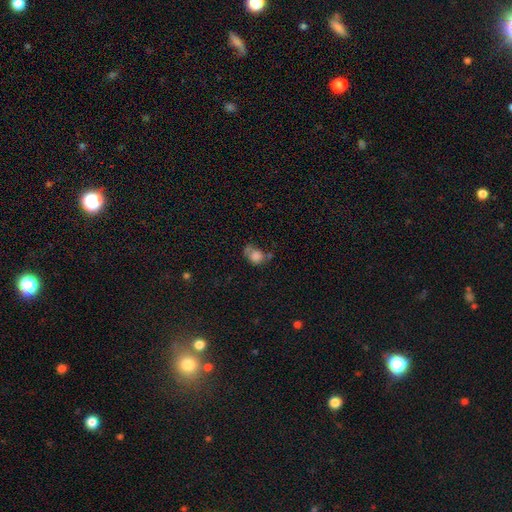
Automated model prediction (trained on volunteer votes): This appears to be a smooth galaxy with no disk features (76%) that is round (50%). Merging: none (33%).